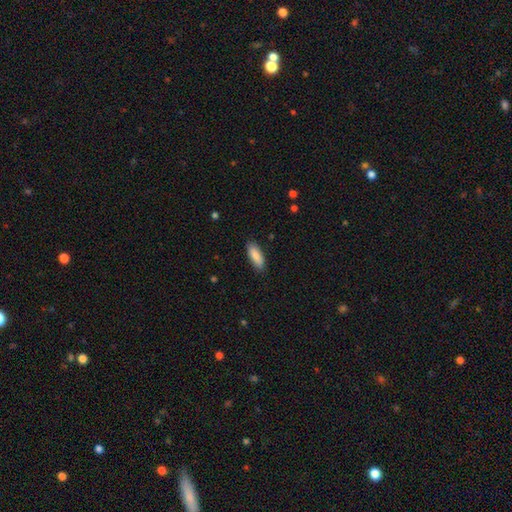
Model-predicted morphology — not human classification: Overall: smooth (85%). How rounded: in between (74%). Merging: none (86%).